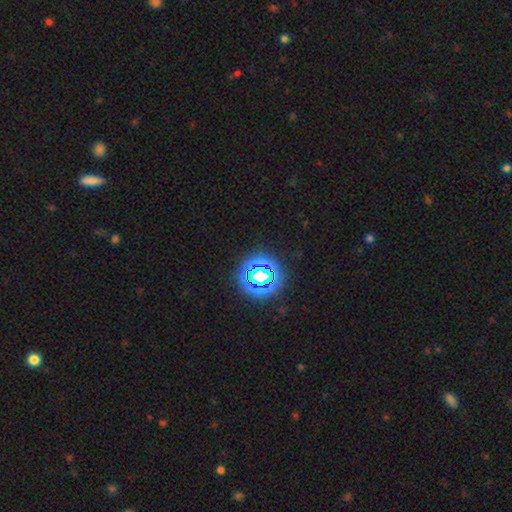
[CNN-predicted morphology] Smooth or featured: star or artifact — 80% (smooth — 14%)